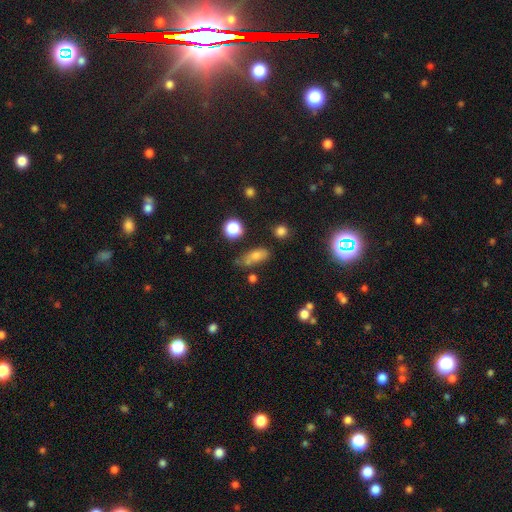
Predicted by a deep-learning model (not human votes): A smooth galaxy with no disk features (68%) that is in between round and cigar-shaped (68%). Merging: none (57%).